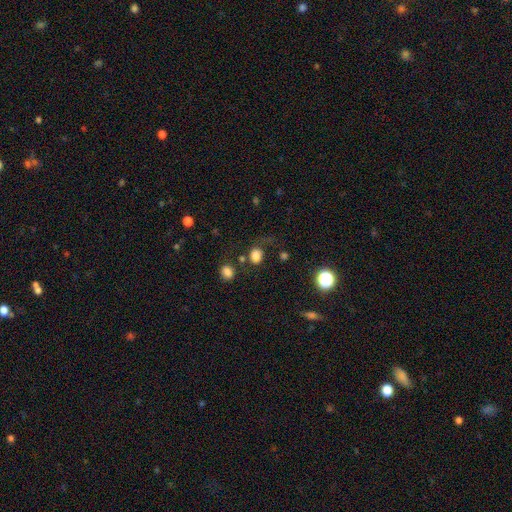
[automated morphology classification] A smooth galaxy with no disk features (79%) that is in between round and cigar-shaped (50%).

Vote fractions:
- Smooth or featured? smooth: 79% / star or artifact: 15% / featured or disk: 6%
- How rounded? in between: 50% / round: 49% / cigar-shaped: 1%
- Merging? none: 60% / minor disturbance: 18% / major disturbance: 13% / merger: 8%